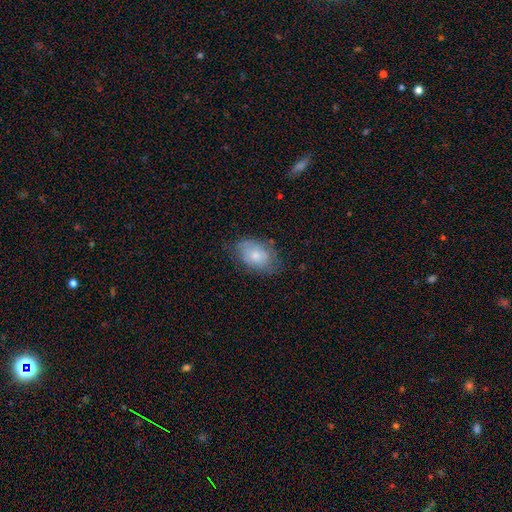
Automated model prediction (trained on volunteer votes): A smooth galaxy with no disk features (66%) that is in between round and cigar-shaped (86%).

Vote fractions:
- Smooth or featured? smooth: 66% / featured or disk: 27% / star or artifact: 7%
- How rounded? in between: 86% / round: 13% / cigar-shaped: 1%
- Merging? none: 63% / minor disturbance: 27% / major disturbance: 9% / merger: 2%